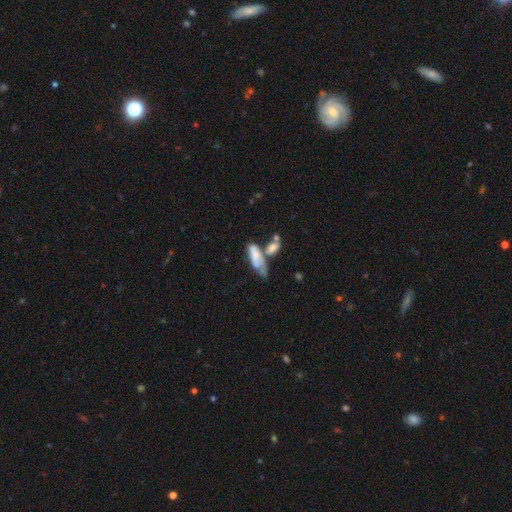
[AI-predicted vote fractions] This is likely a smooth galaxy (61%). How rounded: likely in between (71%). Merging: possibly merger (49%).